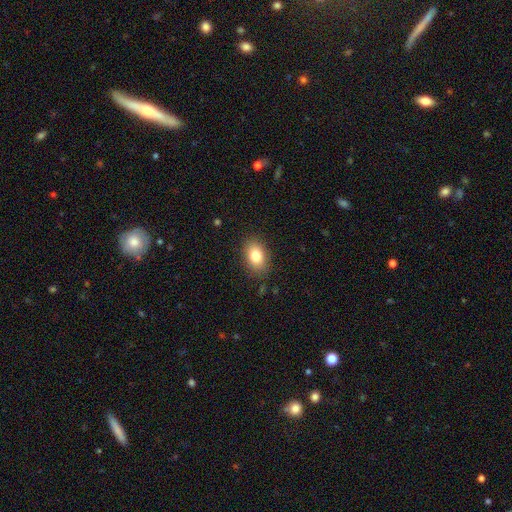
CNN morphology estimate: Smooth or featured: smooth — 82% (featured or disk — 9%)
How rounded: in between — 81% (round — 18%)
Merging: none — 85% (minor disturbance — 11%)